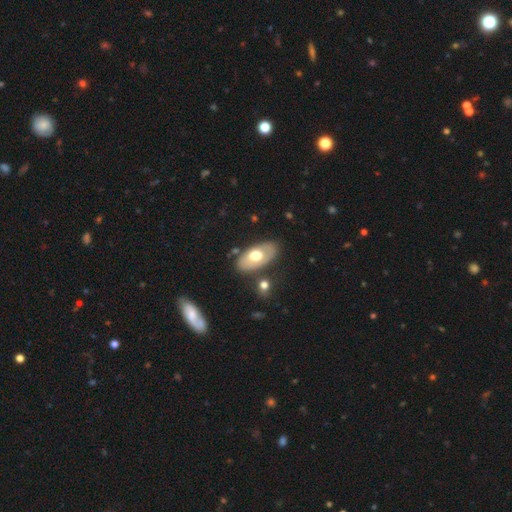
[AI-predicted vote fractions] The model was most divided on "smooth or featured": smooth: 55%, featured or disk: 40%, star or artifact: 6%. More confident: how rounded — in between (93%); merging — none (77%).